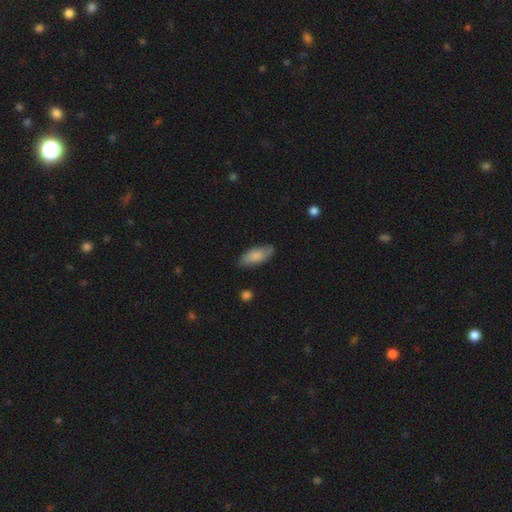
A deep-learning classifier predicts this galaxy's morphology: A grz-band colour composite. It shows a smooth galaxy with no disk features (78%) that is in between round and cigar-shaped (84%). Merging: none (75%).